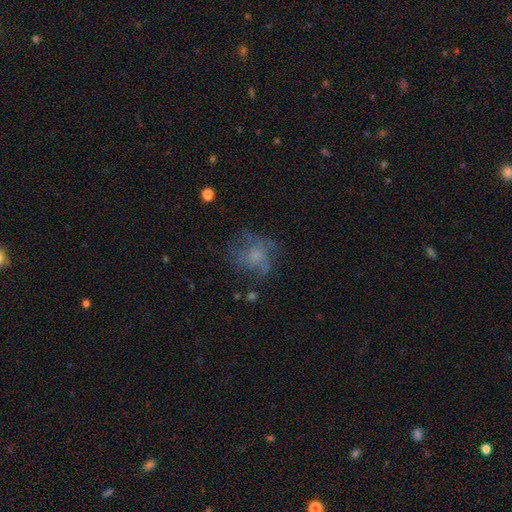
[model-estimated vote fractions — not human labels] smooth 45%, featured or disk 40%, star or artifact 15%. Down the decision tree: merging — none (52%).